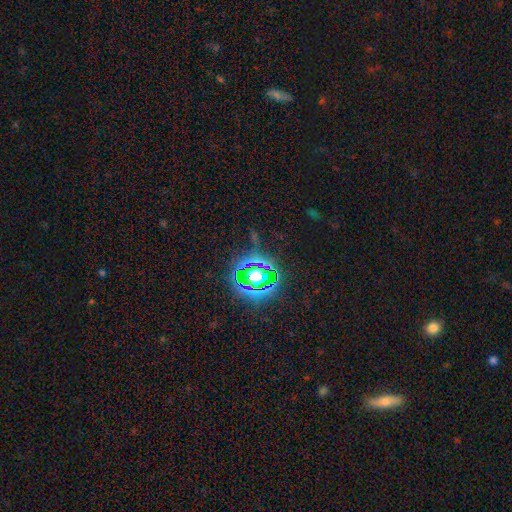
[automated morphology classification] Smooth or featured? Predicted: star or artifact (p=0.79).